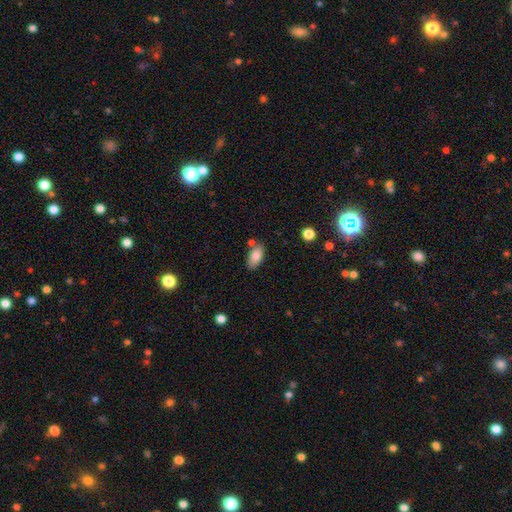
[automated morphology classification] Smooth or featured: smooth — 82% (featured or disk — 11%)
How rounded: in between — 92% (cigar-shaped — 5%)
Merging: none — 74% (minor disturbance — 15%)